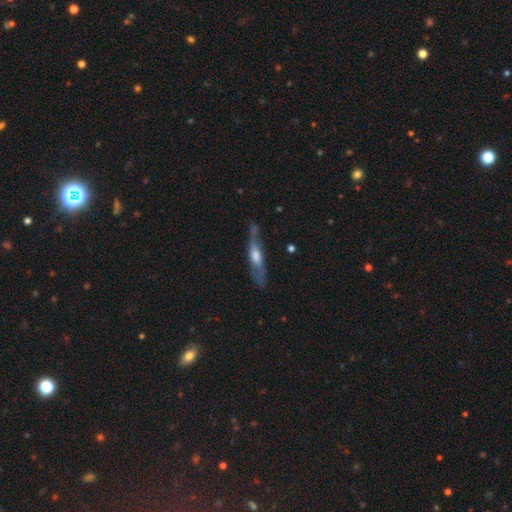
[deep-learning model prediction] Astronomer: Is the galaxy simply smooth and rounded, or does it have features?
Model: featured or disk — 63%.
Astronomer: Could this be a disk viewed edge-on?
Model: yes — 77%.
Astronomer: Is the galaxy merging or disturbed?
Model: none — 65%.